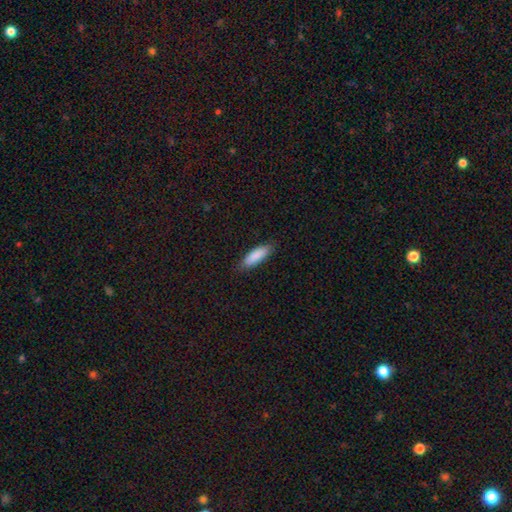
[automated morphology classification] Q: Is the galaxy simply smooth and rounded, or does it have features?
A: smooth — 88%.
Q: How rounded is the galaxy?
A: in between — 53%.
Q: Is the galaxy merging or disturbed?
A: none — 85%.